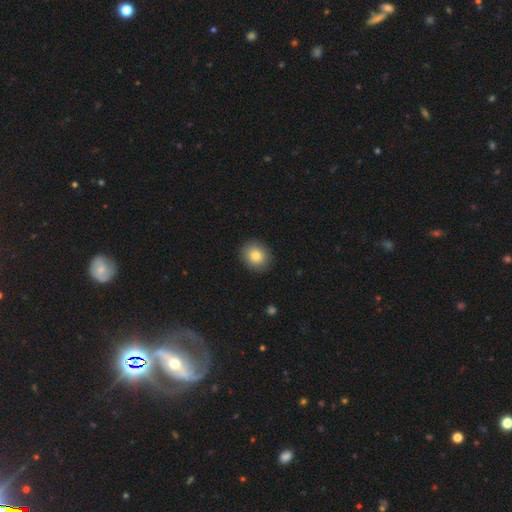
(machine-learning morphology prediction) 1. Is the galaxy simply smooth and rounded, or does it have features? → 82% smooth, 9% featured or disk, 9% star or artifact.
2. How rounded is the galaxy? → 73% round, 26% in between, 1% cigar-shaped.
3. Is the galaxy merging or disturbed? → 89% none, 8% minor disturbance, 2% major disturbance, 1% merger.